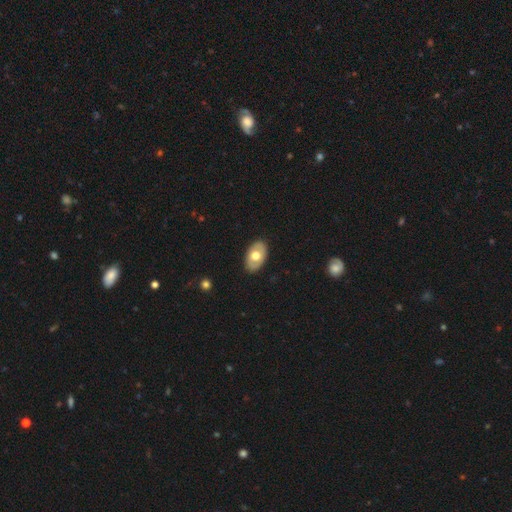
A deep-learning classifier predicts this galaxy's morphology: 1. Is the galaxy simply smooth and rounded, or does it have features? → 59% smooth, 36% featured or disk, 5% star or artifact.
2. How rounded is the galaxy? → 90% in between, 8% round, 1% cigar-shaped.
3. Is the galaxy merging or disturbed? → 87% none, 10% minor disturbance, 2% major disturbance, 1% merger.